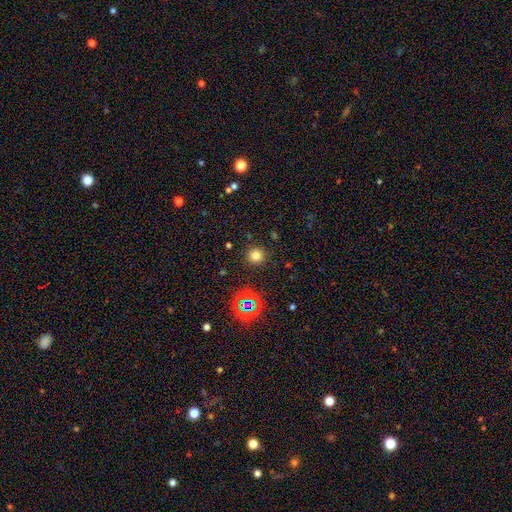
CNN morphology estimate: Smooth or featured? Predicted: smooth (p=0.72). How rounded? Predicted: round (p=0.95). Merging? Predicted: none (p=0.89).